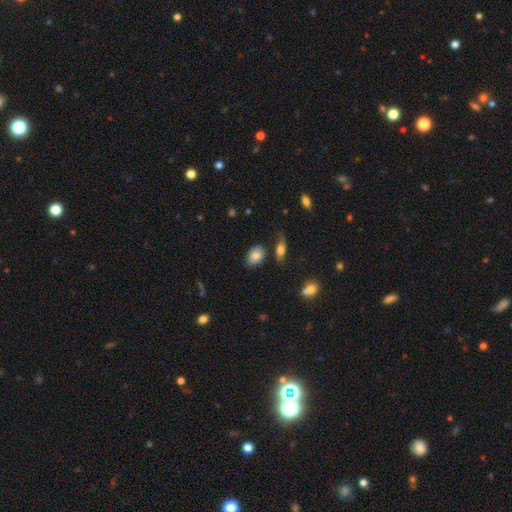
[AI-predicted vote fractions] Smooth or featured? smooth (82%)
How rounded? in between (81%)
Merging? none (75%)